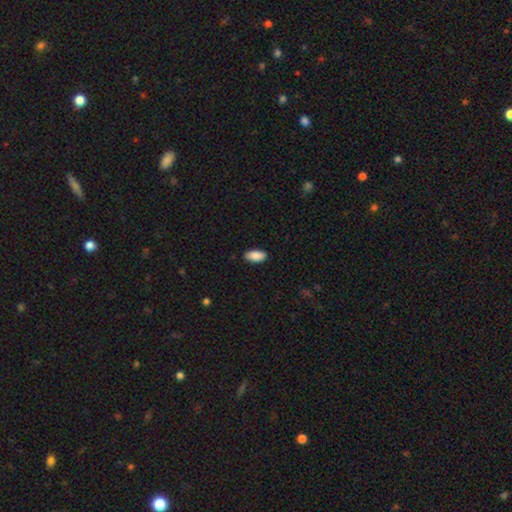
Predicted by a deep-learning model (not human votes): Smooth or featured?
  - smooth: 88% *
  - star or artifact: 7%
  - featured or disk: 5%
How rounded?
  - in between: 93% *
  - cigar-shaped: 5%
  - round: 2%
Merging?
  - none: 88% *
  - minor disturbance: 9%
  - major disturbance: 2%
  - merger: 1%